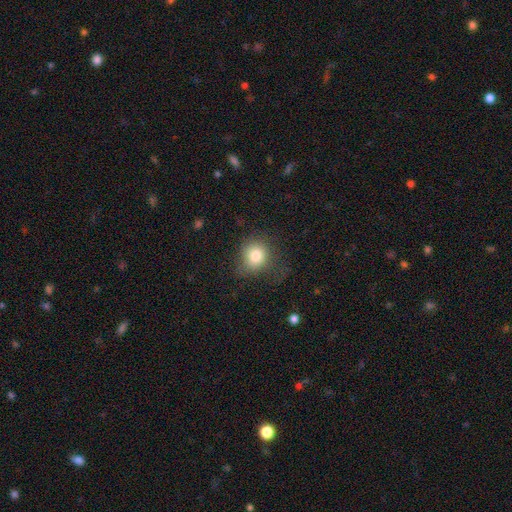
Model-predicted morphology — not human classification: Overall: smooth (80%). How rounded: round (76%). Merging: none (60%; minor disturbance 24%).